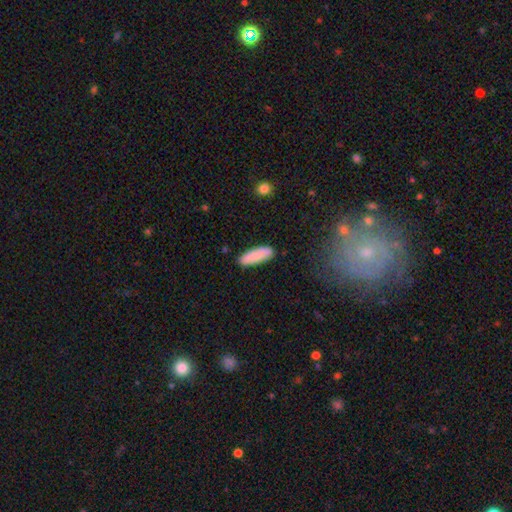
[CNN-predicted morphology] Smooth or featured: smooth — 87% (featured or disk — 7%)
How rounded: in between — 58% (cigar-shaped — 41%)
Merging: none — 84% (minor disturbance — 11%)